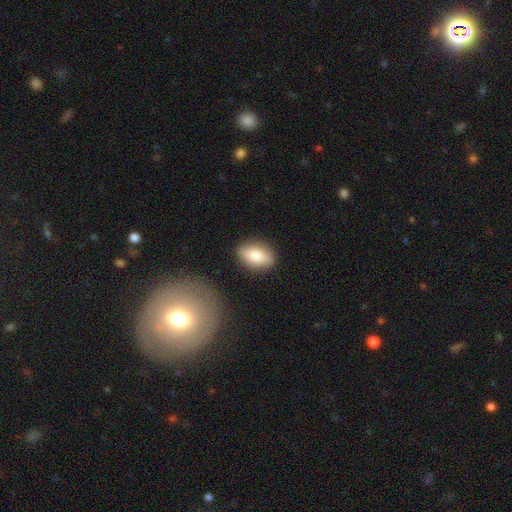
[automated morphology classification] Q: Smooth or featured?
A: smooth (79%); runner-up: featured or disk (14%)
Q: How rounded?
A: in between (86%); runner-up: round (10%)
Q: Merging?
A: none (84%); runner-up: minor disturbance (11%)